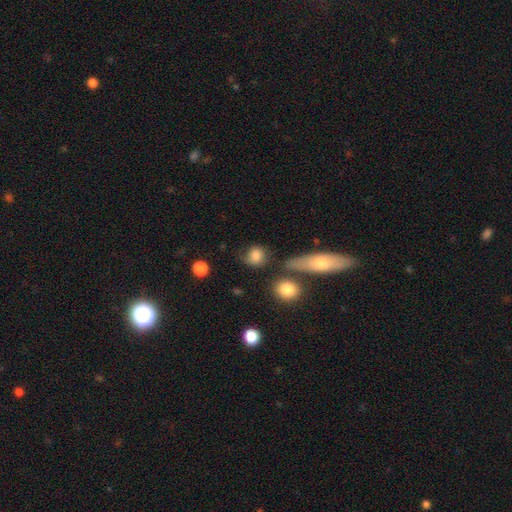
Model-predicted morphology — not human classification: The model was most divided on "merging": none: 58%, minor disturbance: 22%, major disturbance: 12%, merger: 8%. More confident: smooth or featured — smooth (78%); how rounded — round (75%).